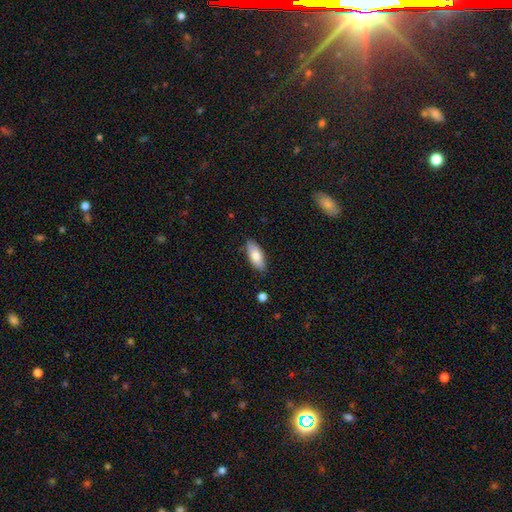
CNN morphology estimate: Q: Smooth or featured?
A: smooth (79%); runner-up: featured or disk (15%)
Q: How rounded?
A: in between (83%); runner-up: cigar-shaped (15%)
Q: Merging?
A: none (85%); runner-up: minor disturbance (11%)